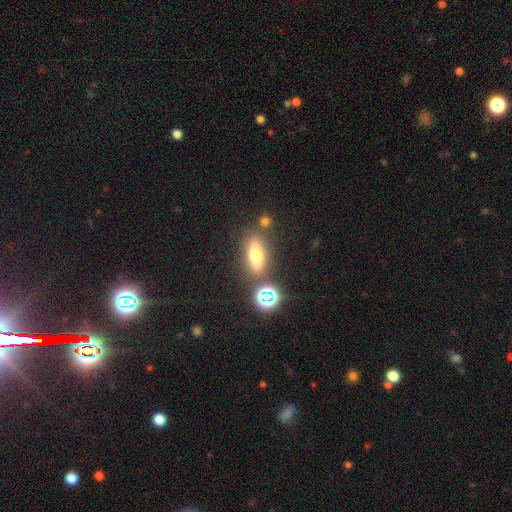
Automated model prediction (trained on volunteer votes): A smooth galaxy with no disk features (53%) that is in between round and cigar-shaped (47%).

Vote fractions:
- Smooth or featured? smooth: 53% / featured or disk: 33% / star or artifact: 15%
- How rounded? in between: 47% / cigar-shaped: 45% / round: 8%
- Merging? none: 77% / minor disturbance: 11% / merger: 8% / major disturbance: 4%